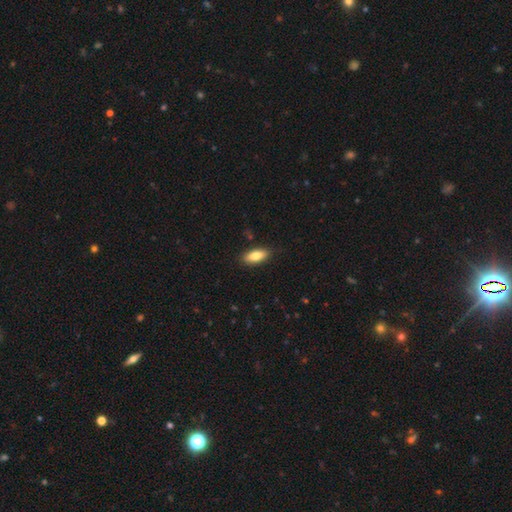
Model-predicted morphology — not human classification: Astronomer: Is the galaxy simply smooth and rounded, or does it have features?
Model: smooth — 83%.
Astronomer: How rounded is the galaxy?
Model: in between — 81%.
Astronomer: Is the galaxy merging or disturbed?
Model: none — 88%.